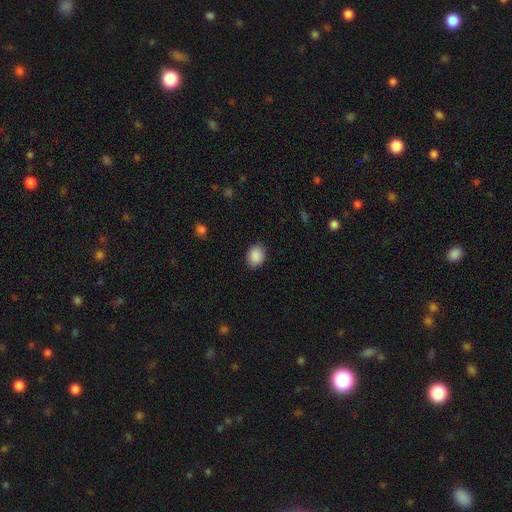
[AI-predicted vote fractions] A smooth galaxy with no disk features (90%) that is in between round and cigar-shaped (63%).

Vote fractions:
- Smooth or featured? smooth: 90% / star or artifact: 7% / featured or disk: 3%
- How rounded? in between: 63% / round: 36% / cigar-shaped: 1%
- Merging? none: 88% / minor disturbance: 9% / major disturbance: 2% / merger: 1%